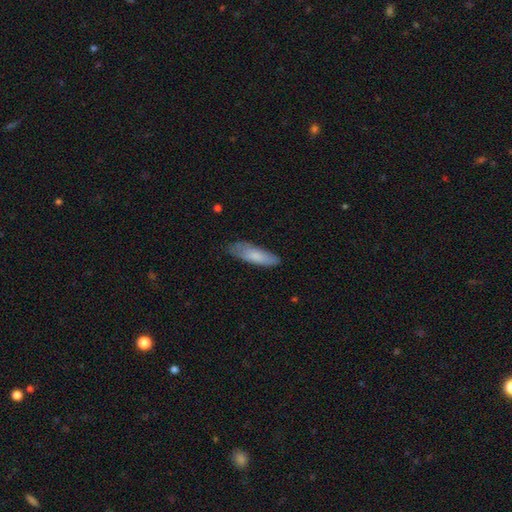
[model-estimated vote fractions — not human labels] smooth-or-featured: smooth: 77% | featured or disk: 17% | star or artifact: 6%
  how-rounded: cigar-shaped: 50% | in between: 48% | round: 2%
  merging: none: 69% | minor disturbance: 25% | major disturbance: 5% | merger: 1%